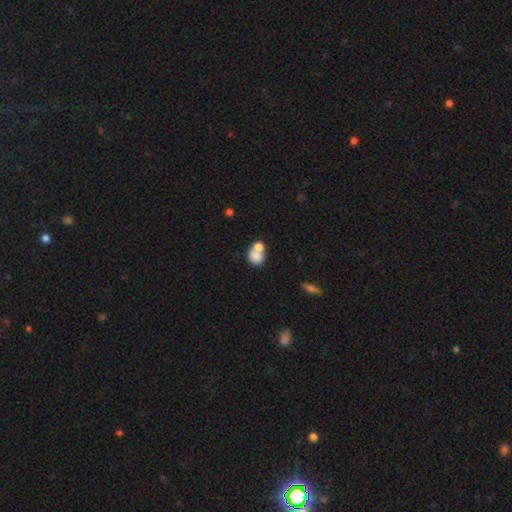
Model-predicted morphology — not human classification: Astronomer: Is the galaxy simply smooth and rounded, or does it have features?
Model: smooth — 77%.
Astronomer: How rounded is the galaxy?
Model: round — 54% (runner-up: in between, 45%).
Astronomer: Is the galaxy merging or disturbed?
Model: merger — 56%.